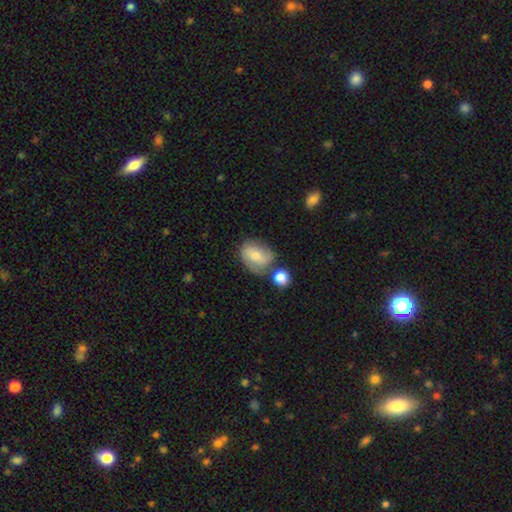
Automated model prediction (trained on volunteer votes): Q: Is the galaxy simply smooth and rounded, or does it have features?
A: smooth — 53%.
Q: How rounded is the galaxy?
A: in between — 51%.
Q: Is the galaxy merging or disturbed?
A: none — 49%.